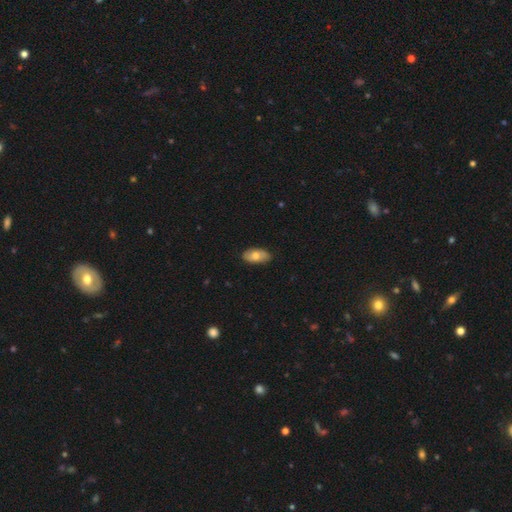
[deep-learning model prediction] Smooth or featured?
  - smooth: 72% *
  - featured or disk: 22%
  - star or artifact: 6%
How rounded?
  - in between: 93% *
  - cigar-shaped: 4%
  - round: 3%
Merging?
  - none: 85% *
  - minor disturbance: 12%
  - major disturbance: 2%
  - merger: 1%